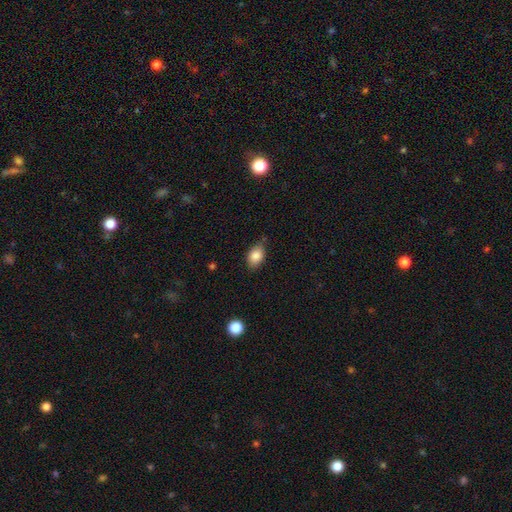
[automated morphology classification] smooth 85%, star or artifact 8%, featured or disk 7%. Down the decision tree: how rounded — in between (84%); merging — none (75%).